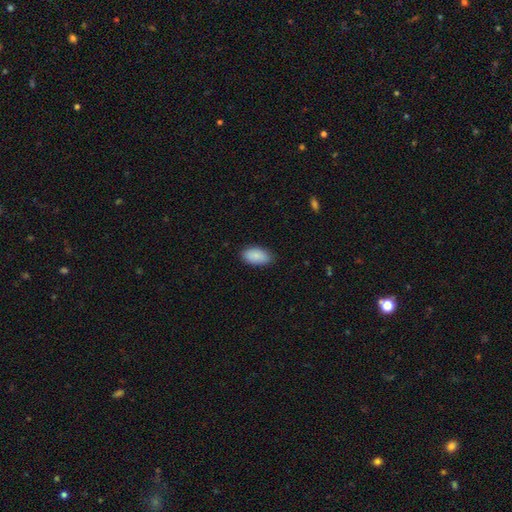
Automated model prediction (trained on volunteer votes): The model was most divided on "merging": none: 83%, minor disturbance: 13%, major disturbance: 2%, merger: 1%. More confident: how rounded — in between (94%); smooth or featured — smooth (89%).